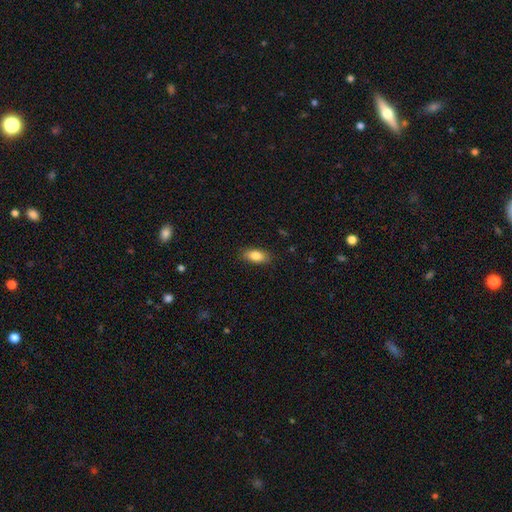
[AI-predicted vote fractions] Smooth or featured: smooth — 85% (featured or disk — 8%)
How rounded: in between — 87% (cigar-shaped — 9%)
Merging: none — 87% (minor disturbance — 10%)